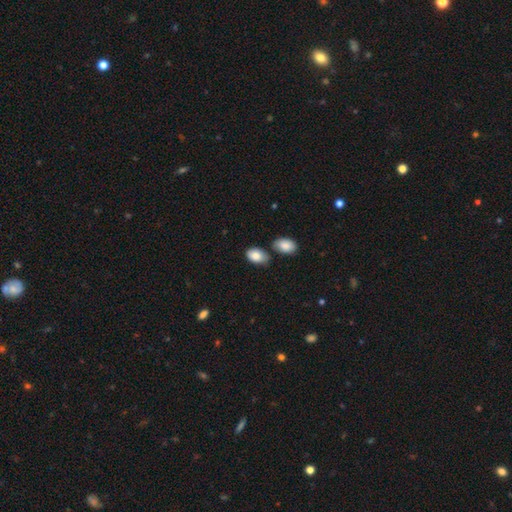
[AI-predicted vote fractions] Morphology: type=smooth (84%); roundness=in between (90%); merging=none (60%).